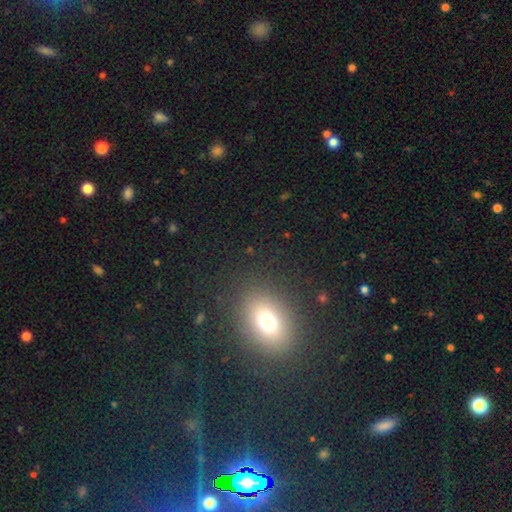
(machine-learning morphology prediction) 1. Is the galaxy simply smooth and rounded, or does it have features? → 65% smooth, 24% star or artifact, 11% featured or disk.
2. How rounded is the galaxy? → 69% in between, 29% round, 3% cigar-shaped.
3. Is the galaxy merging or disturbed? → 89% none, 7% minor disturbance, 3% major disturbance, 2% merger.